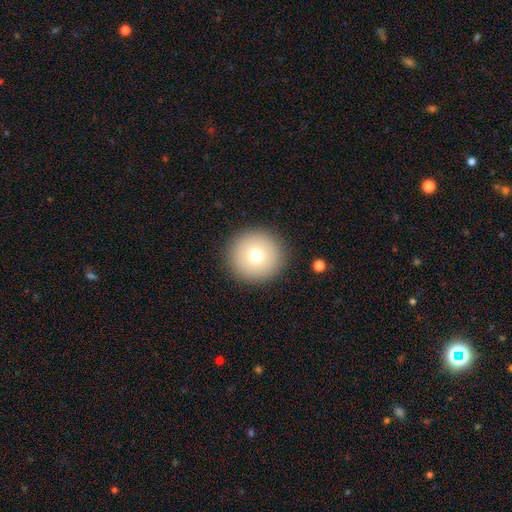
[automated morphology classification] Smooth or featured? Predicted: smooth (p=0.73). How rounded? Predicted: round (p=0.96). Merging? Predicted: none (p=0.91).